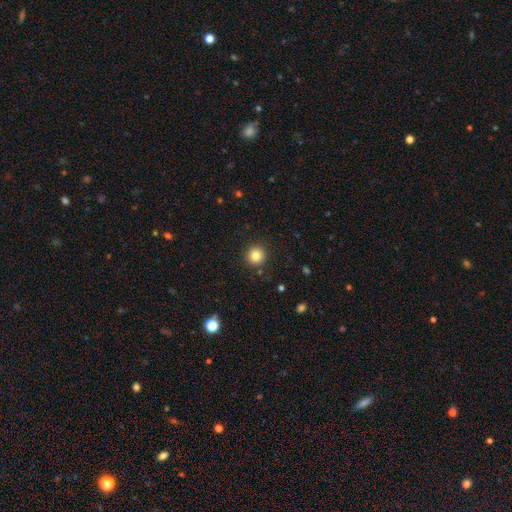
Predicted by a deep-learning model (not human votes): This is clearly a smooth galaxy (83%). How rounded: clearly round (95%). Merging: clearly none (92%).